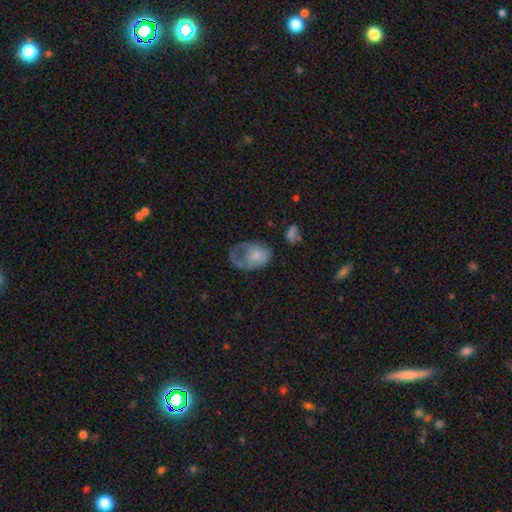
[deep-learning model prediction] smooth_or_featured: smooth (p=0.58) [alt: featured or disk p=0.34]
how_rounded: in between (p=0.77) [alt: round p=0.22]
merging: major disturbance (p=0.49) [alt: minor disturbance p=0.25]